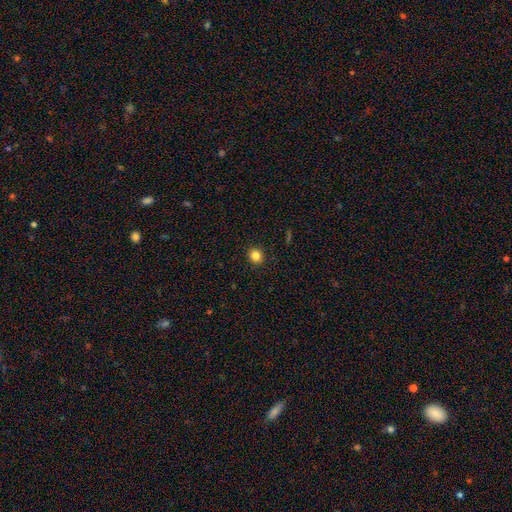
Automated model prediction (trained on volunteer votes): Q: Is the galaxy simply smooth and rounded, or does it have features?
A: smooth — 84%.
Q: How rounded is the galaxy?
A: round — 80%.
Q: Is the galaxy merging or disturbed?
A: none — 92%.